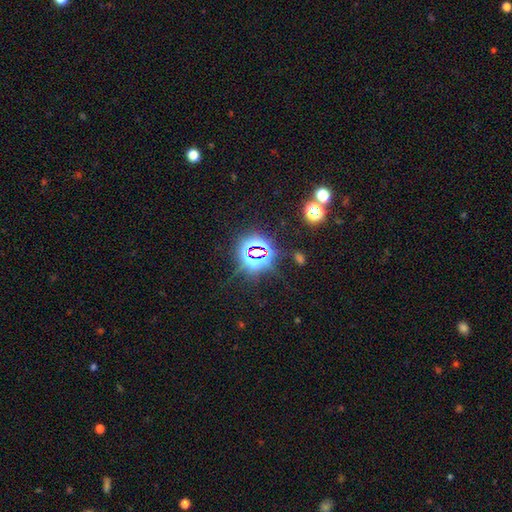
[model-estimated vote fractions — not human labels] This appears to be a star or artifact, not a galaxy (80%).